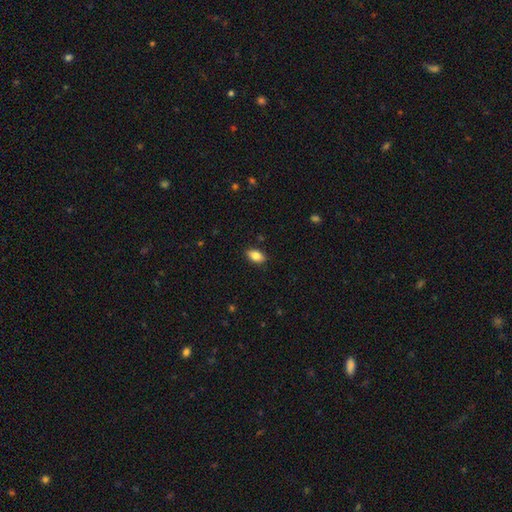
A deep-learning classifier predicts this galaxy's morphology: smooth 85%, star or artifact 8%, featured or disk 7%. Down the decision tree: how rounded — in between (91%); merging — none (88%).